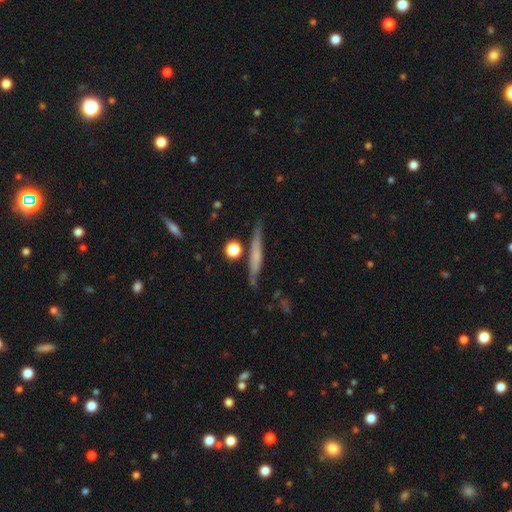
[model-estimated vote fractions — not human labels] Smooth or featured? Predicted: smooth (p=0.47). Merging? Predicted: none (p=0.77).